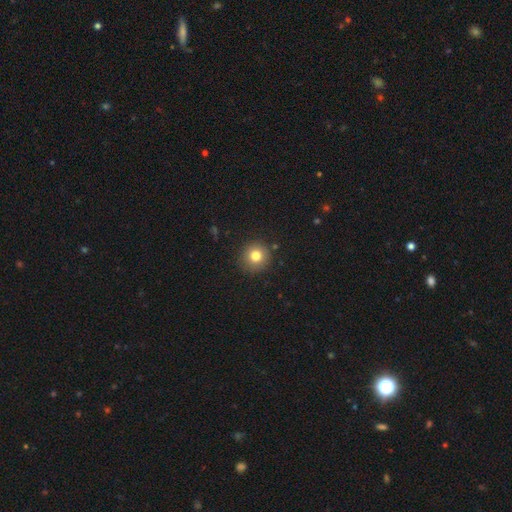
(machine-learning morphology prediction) type=smooth (79%); roundness=round (94%); merging=none (90%).